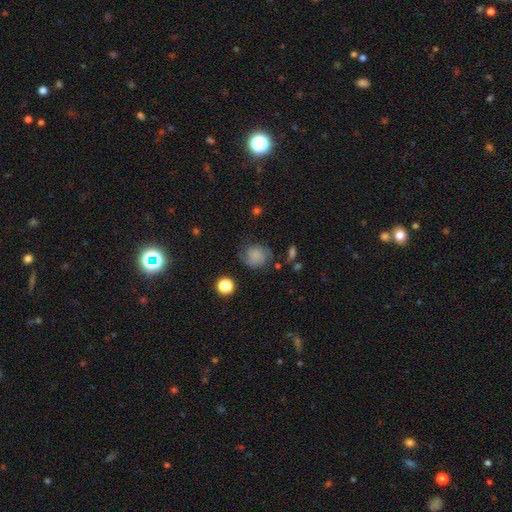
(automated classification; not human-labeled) smooth-or-featured: smooth: 50% | featured or disk: 39% | star or artifact: 12%
  merging: none: 63% | minor disturbance: 22% | major disturbance: 12% | merger: 3%